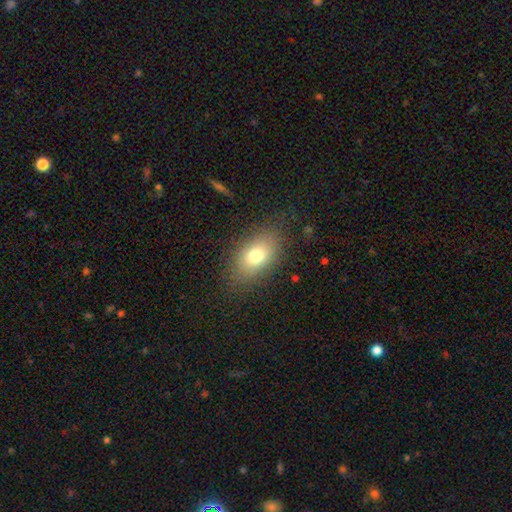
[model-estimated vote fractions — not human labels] This appears to be a smooth galaxy with no disk features (75%) that is in between round and cigar-shaped (85%). Merging: none (81%).